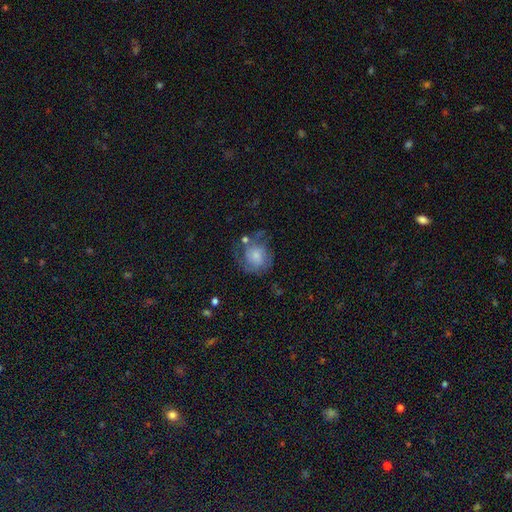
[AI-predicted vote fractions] This appears to be a featured or disk galaxy (50%). Merging: none (43%).